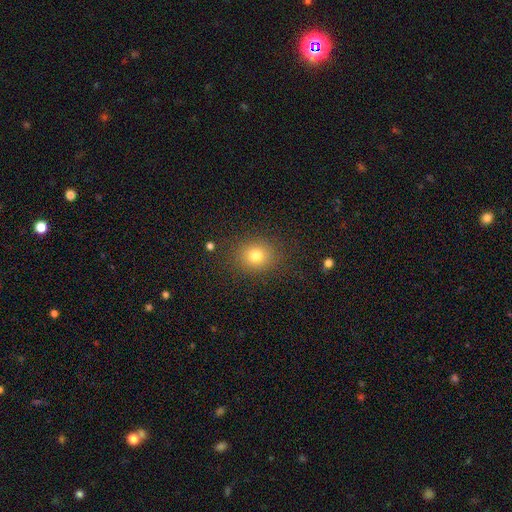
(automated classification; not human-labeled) Morphology: type=smooth (78%); roundness=round (79%); merging=none (86%).